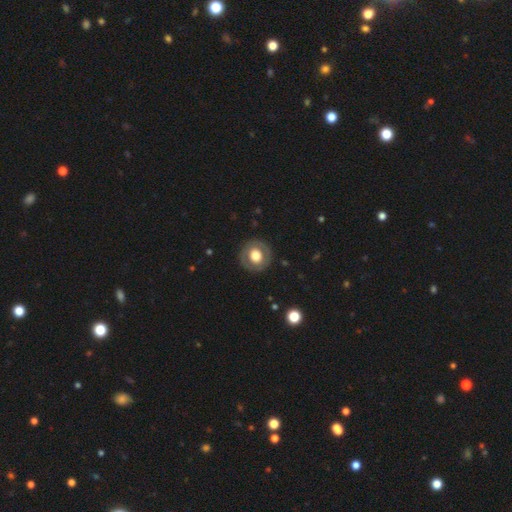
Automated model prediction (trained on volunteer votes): Smooth or featured? Predicted: smooth (p=0.56). How rounded? Predicted: round (p=0.87). Merging? Predicted: none (p=0.86).